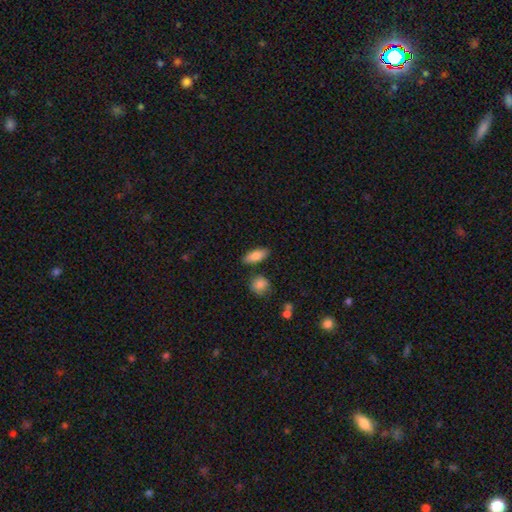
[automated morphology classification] A smooth galaxy with no disk features (82%) that is in between round and cigar-shaped (80%). Merging: none (82%).